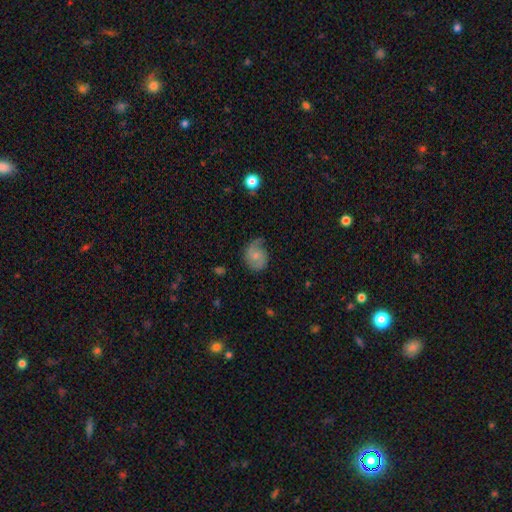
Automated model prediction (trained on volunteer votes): Smooth or featured?
  - featured or disk: 65% *
  - smooth: 28%
  - star or artifact: 7%
Edge-on disk?
  - no: 98% *
  - yes: 2%
Bar?
  - no: 59% *
  - weak: 36%
  - strong: 5%
Spiral arms?
  - yes: 92% *
  - no: 8%
Spiral winding?
  - medium: 47% *
  - loose: 31%
  - tight: 22%
Spiral arm count?
  - 2: 76% *
  - 1: 12%
  - can't tell: 8%
  - 3: 2%
  - 4: 1%
  - more than 4: 1%
Bulge size?
  - small: 56% *
  - moderate: 31%
  - none: 10%
  - large: 2%
  - dominant: 1%
Merging?
  - none: 62% *
  - minor disturbance: 25%
  - major disturbance: 11%
  - merger: 2%